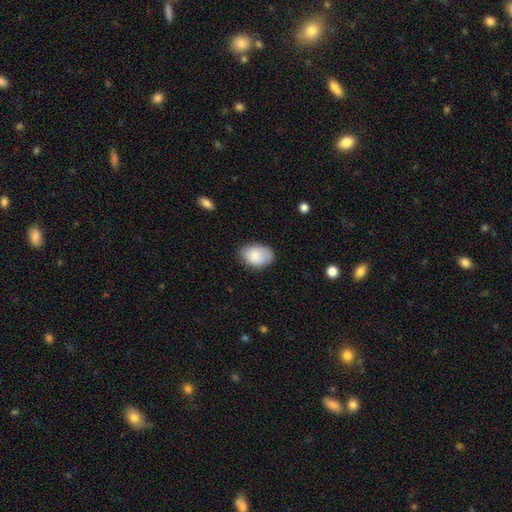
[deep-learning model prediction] Smooth or featured: smooth — 86% (featured or disk — 7%)
How rounded: in between — 84% (round — 15%)
Merging: none — 73% (minor disturbance — 21%)